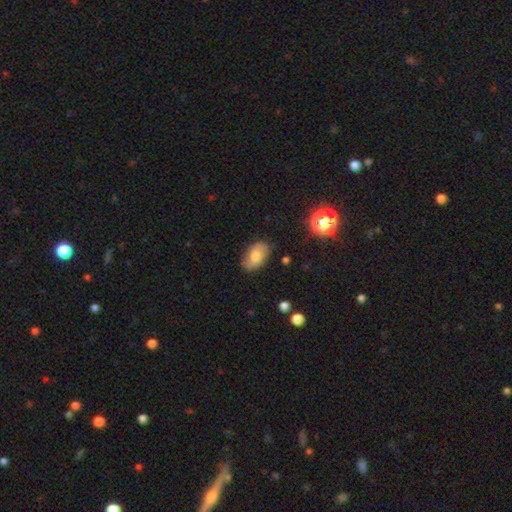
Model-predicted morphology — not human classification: This appears to be a smooth galaxy with no disk features (71%) that is in between round and cigar-shaped (91%). Merging: none (79%).